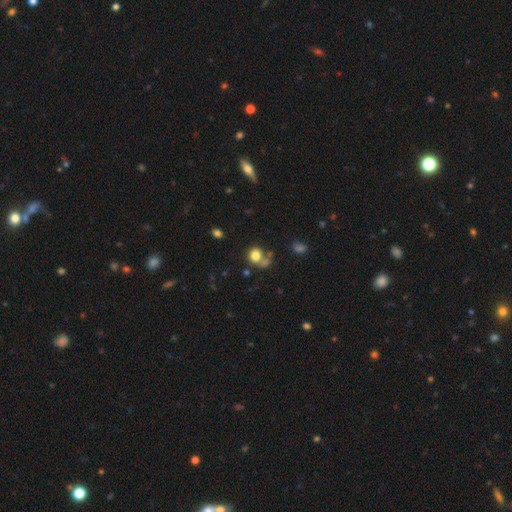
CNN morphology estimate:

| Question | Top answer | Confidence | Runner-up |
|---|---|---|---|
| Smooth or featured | smooth | 79% | star or artifact (12%) |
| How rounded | round | 77% | in between (22%) |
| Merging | none | 50% | merger (29%) |